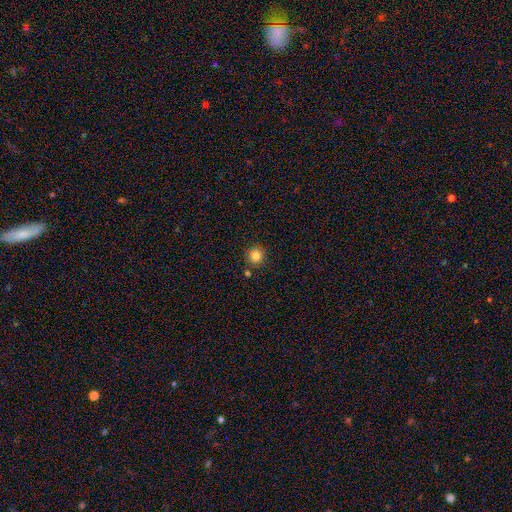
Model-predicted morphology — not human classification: A smooth galaxy with no disk features (84%) that is round (93%). Merging: none (85%).